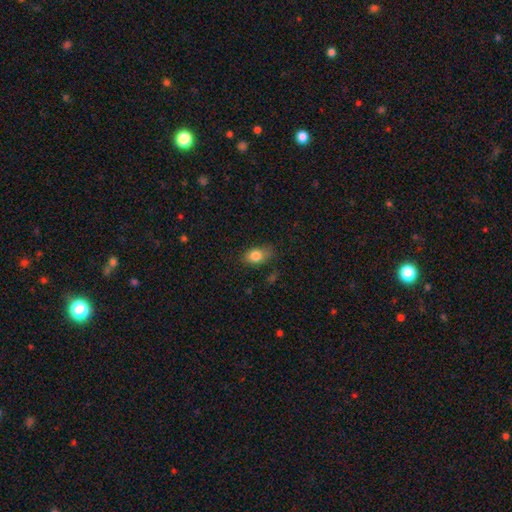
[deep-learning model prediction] A smooth galaxy with no disk features (83%) that is in between round and cigar-shaped (78%).

Vote fractions:
- Smooth or featured? smooth: 83% / featured or disk: 9% / star or artifact: 9%
- How rounded? in between: 78% / round: 19% / cigar-shaped: 2%
- Merging? none: 74% / minor disturbance: 20% / major disturbance: 5% / merger: 2%